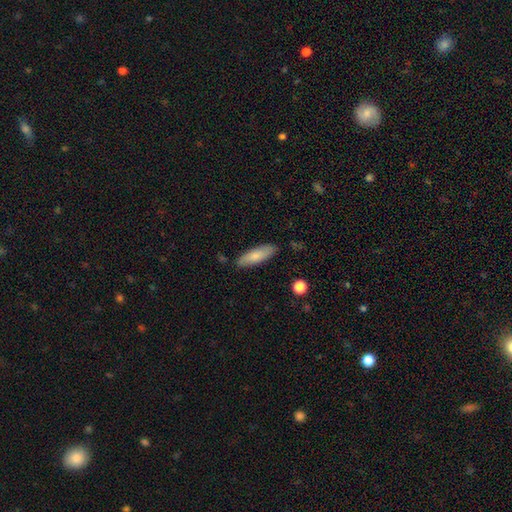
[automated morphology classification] Smooth or featured? smooth (77%)
How rounded? in between (51%)
Merging? none (84%)